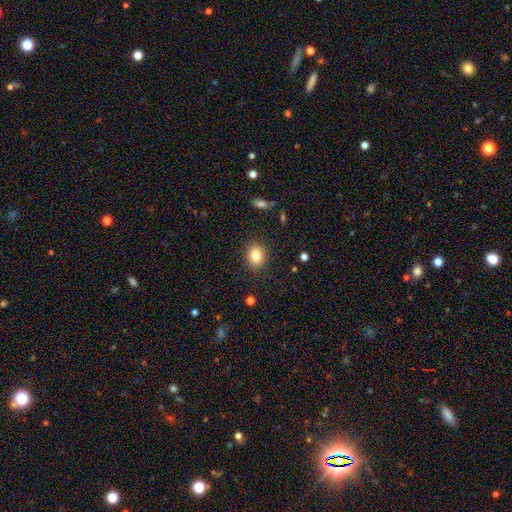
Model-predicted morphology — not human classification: The model was most divided on "how rounded": round: 59%, in between: 40%, cigar-shaped: 1%. More confident: merging — none (88%); smooth or featured — smooth (83%).